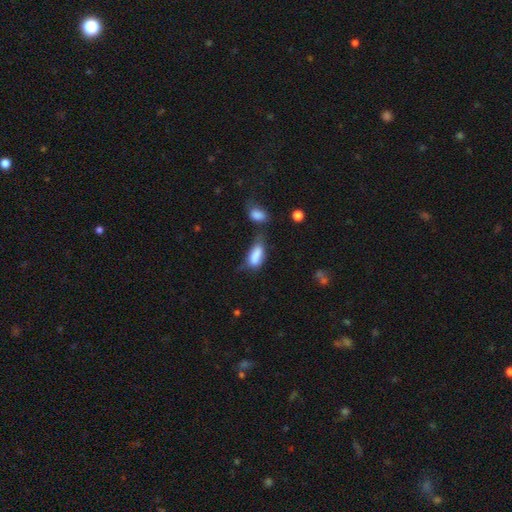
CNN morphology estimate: This appears to be a smooth galaxy with no disk features (80%) that is in between round and cigar-shaped (82%). Merging: minor disturbance (30%).